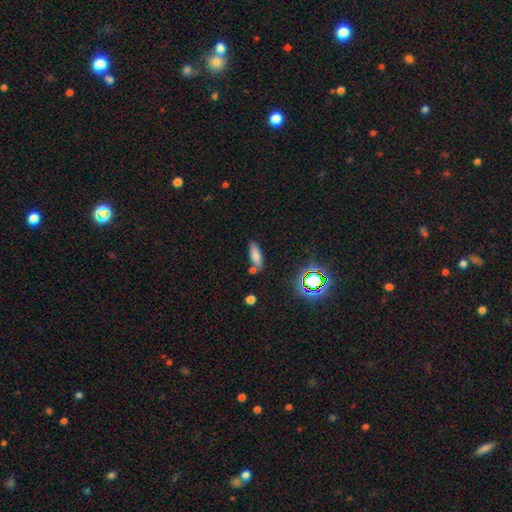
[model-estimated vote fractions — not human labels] A smooth galaxy with no disk features (75%) that is in between round and cigar-shaped (54%).

Vote fractions:
- Smooth or featured? smooth: 75% / star or artifact: 14% / featured or disk: 11%
- How rounded? in between: 54% / cigar-shaped: 43% / round: 3%
- Merging? none: 68% / minor disturbance: 15% / merger: 13% / major disturbance: 4%